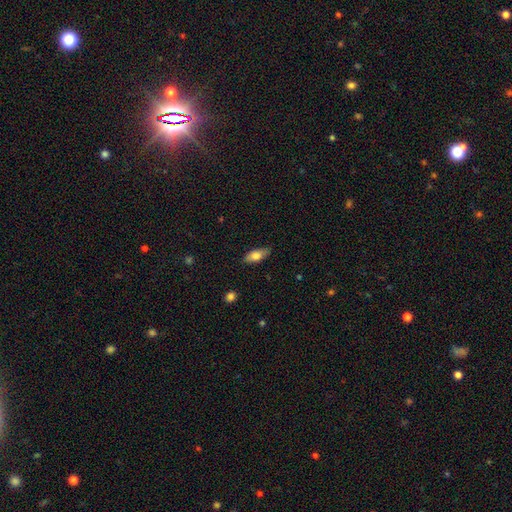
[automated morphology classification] Smooth or featured?
  - smooth: 74% *
  - featured or disk: 19%
  - star or artifact: 7%
How rounded?
  - in between: 80% *
  - cigar-shaped: 17%
  - round: 3%
Merging?
  - none: 84% *
  - minor disturbance: 13%
  - major disturbance: 2%
  - merger: 1%